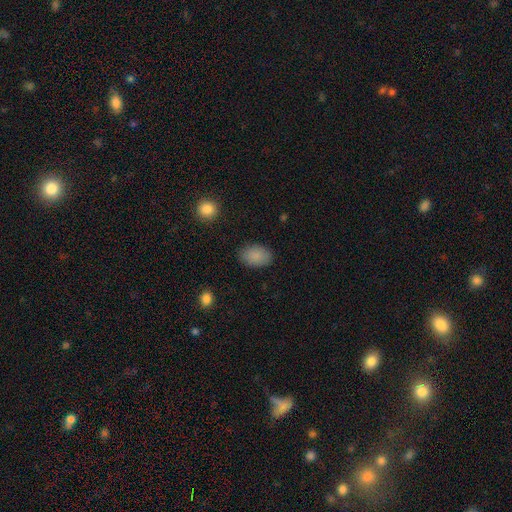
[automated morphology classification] smooth-or-featured: smooth: 88% | star or artifact: 8% | featured or disk: 5%
  how-rounded: in between: 88% | round: 11% | cigar-shaped: 1%
  merging: none: 86% | minor disturbance: 10% | major disturbance: 3% | merger: 1%